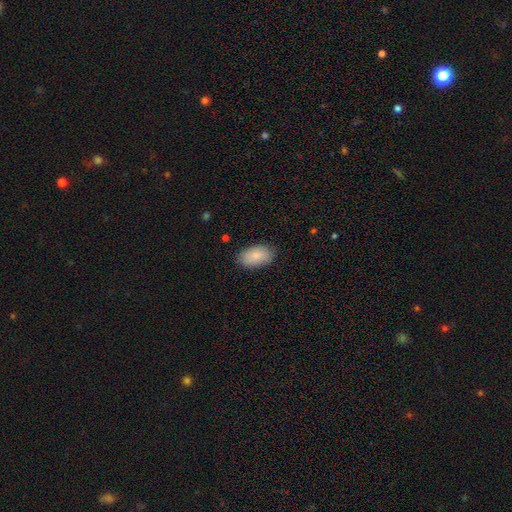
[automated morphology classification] Smooth or featured: smooth — 86% (featured or disk — 8%)
How rounded: in between — 94% (round — 4%)
Merging: none — 84% (minor disturbance — 12%)